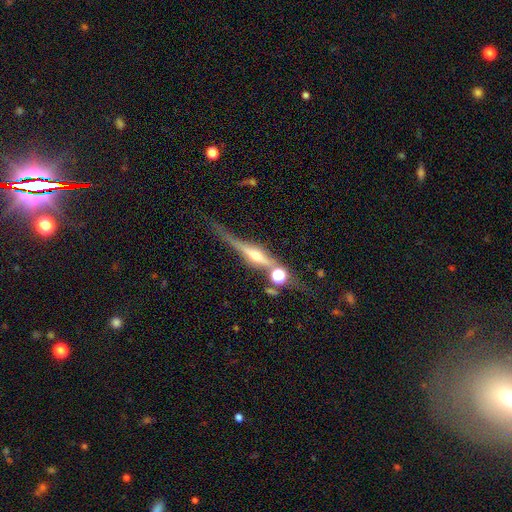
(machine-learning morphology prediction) A featured or disk galaxy (81%) viewed edge-on (96%) with a rounded central bulge (90%). Merging: none (69%).